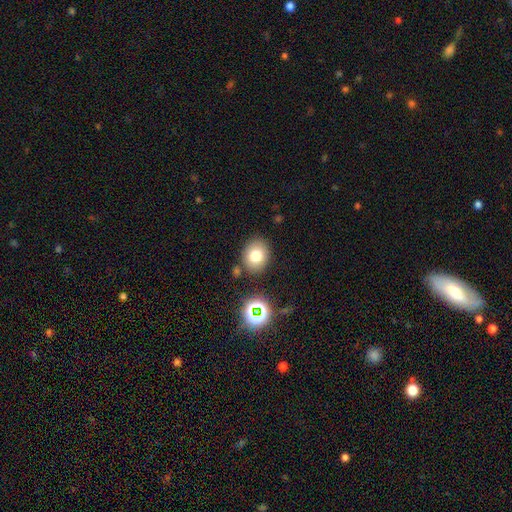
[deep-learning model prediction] A smooth galaxy with no disk features (76%) that is round (56%). Merging: none (81%).